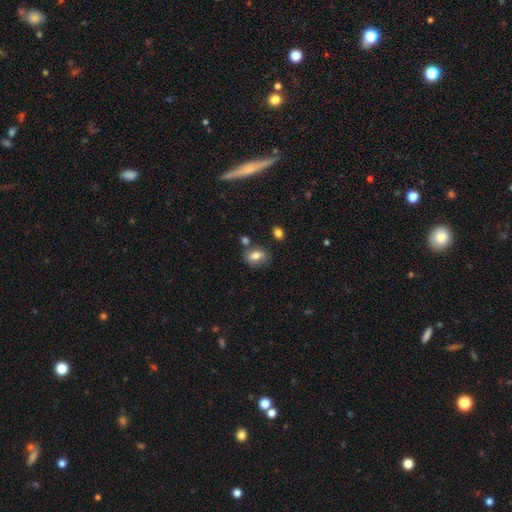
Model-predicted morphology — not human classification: This is likely a smooth galaxy (74%). How rounded: likely in between (73%). Merging: likely none (65%).